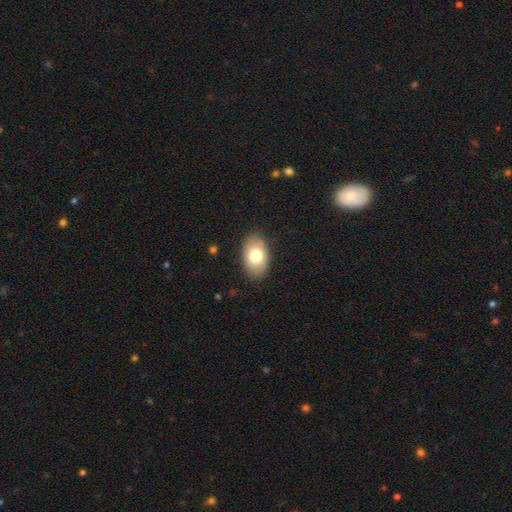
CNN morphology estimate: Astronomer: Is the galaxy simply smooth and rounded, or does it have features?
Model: smooth — 77%.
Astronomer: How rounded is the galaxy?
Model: in between — 91%.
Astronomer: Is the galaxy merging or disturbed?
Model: none — 86%.